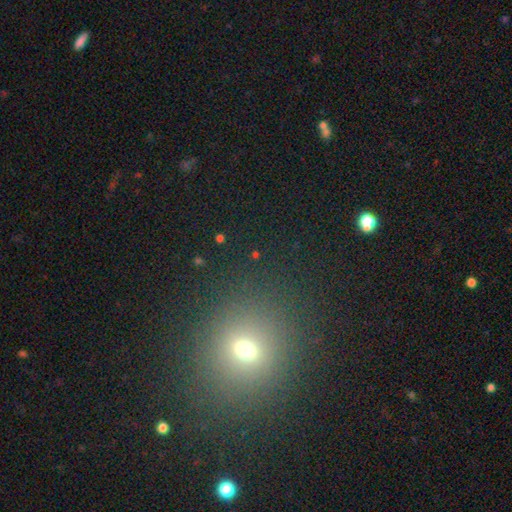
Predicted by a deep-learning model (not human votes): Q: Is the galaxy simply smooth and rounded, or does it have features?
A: star or artifact — 48%.